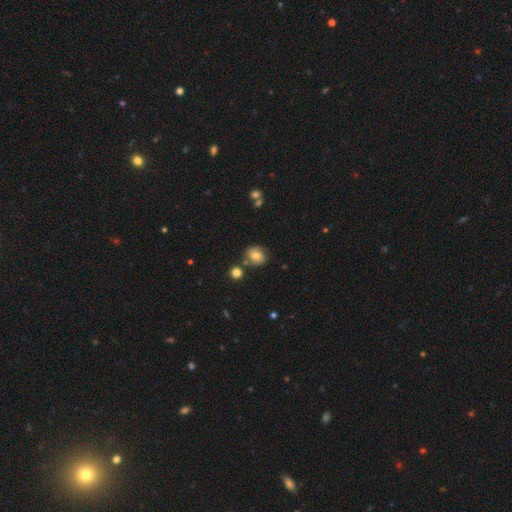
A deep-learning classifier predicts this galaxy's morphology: A smooth galaxy with no disk features (55%) that is round (76%).

Vote fractions:
- Smooth or featured? smooth: 55% / featured or disk: 33% / star or artifact: 12%
- How rounded? round: 76% / in between: 23% / cigar-shaped: 1%
- Merging? none: 73% / minor disturbance: 14% / merger: 8% / major disturbance: 4%